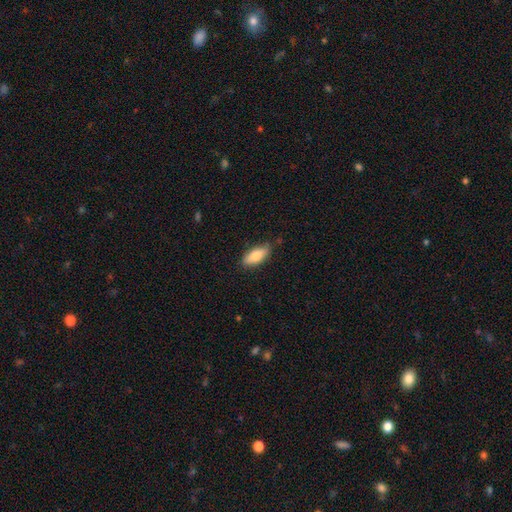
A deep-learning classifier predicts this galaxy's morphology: smooth_or_featured: smooth (p=0.82) [alt: featured or disk p=0.11]
how_rounded: in between (p=0.82) [alt: cigar-shaped p=0.15]
merging: none (p=0.79) [alt: minor disturbance p=0.17]